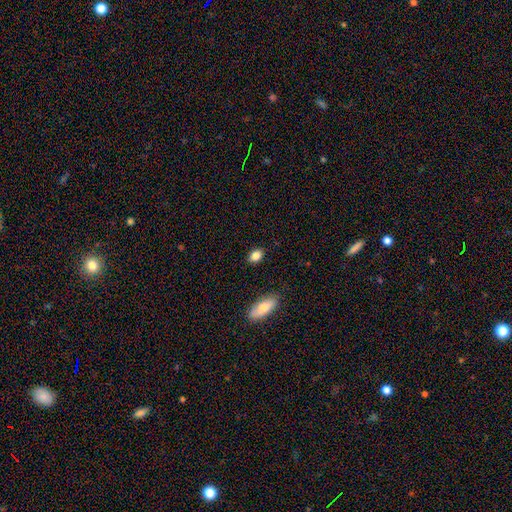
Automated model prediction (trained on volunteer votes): smooth_or_featured: smooth (p=0.84) [alt: star or artifact p=0.08]
how_rounded: in between (p=0.78) [alt: round p=0.19]
merging: none (p=0.86) [alt: minor disturbance p=0.10]